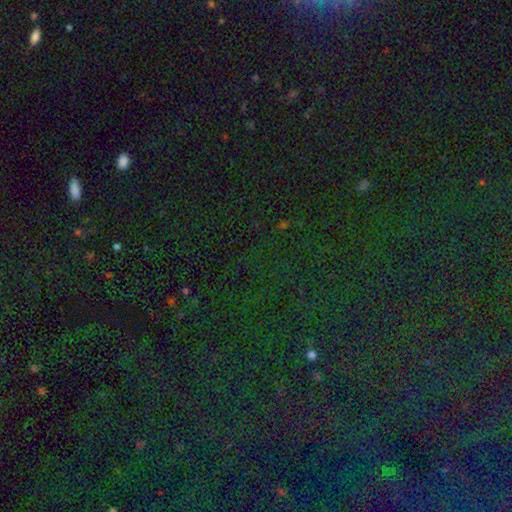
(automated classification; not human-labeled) star or artifact 83%, smooth 10%, featured or disk 7%.